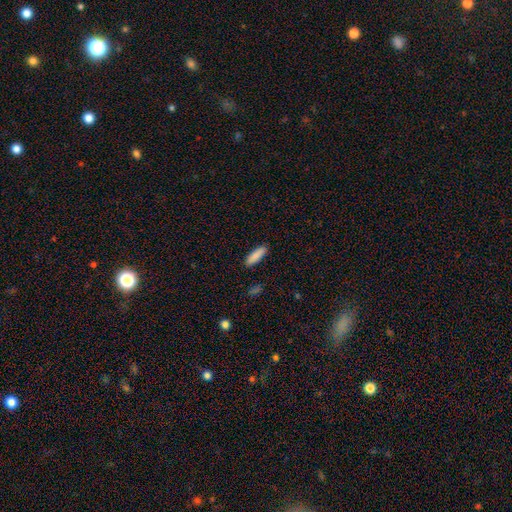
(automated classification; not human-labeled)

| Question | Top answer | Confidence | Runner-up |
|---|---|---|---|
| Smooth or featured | smooth | 89% | star or artifact (6%) |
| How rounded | cigar-shaped | 55% | in between (44%) |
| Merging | none | 90% | minor disturbance (7%) |